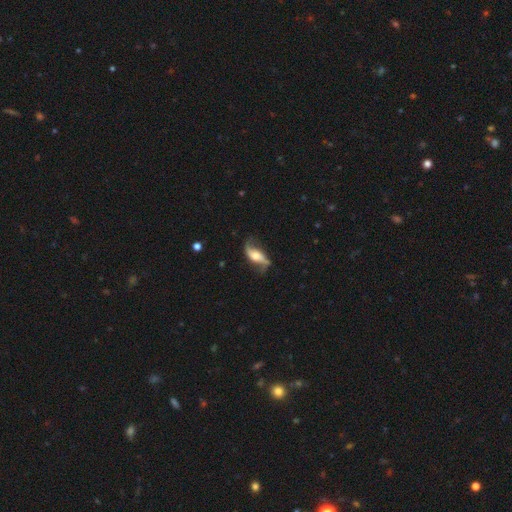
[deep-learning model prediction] This is likely a featured or disk galaxy (77%). It is clearly not viewed edge-on (83%). Bar: possibly no (47%). Spiral arm pattern: clearly yes (91%). Spiral arm count: clearly 2 (91%). Spiral winding: clearly loose (83%). Central bulge: possibly moderate (59%). Merging: likely none (67%).